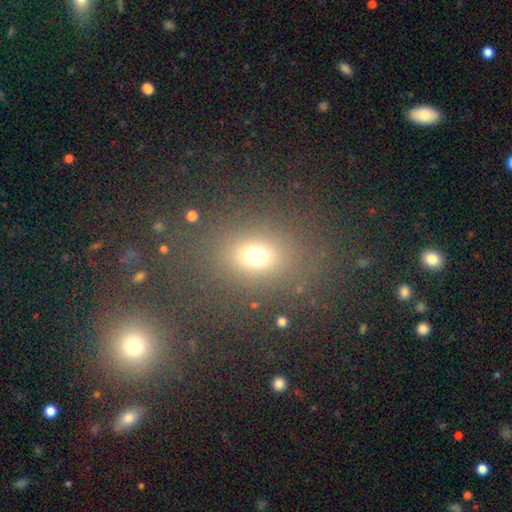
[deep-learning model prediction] This is likely a smooth galaxy (70%). How rounded: possibly round (52%). Merging: likely none (77%).